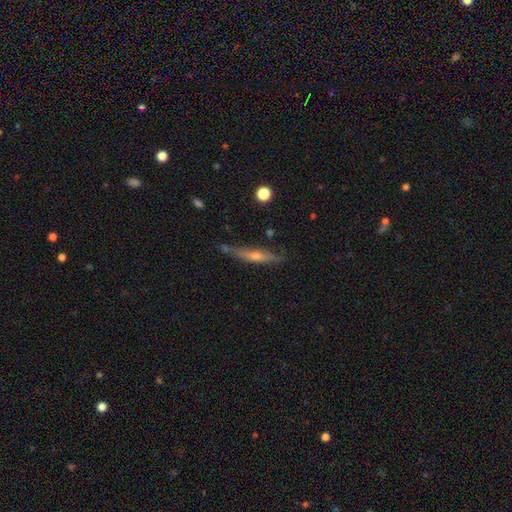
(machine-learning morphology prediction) Smooth or featured?
  - featured or disk: 60% *
  - smooth: 32%
  - star or artifact: 8%
Edge-on disk?
  - yes: 92% *
  - no: 8%
Edge-on bulge?
  - rounded: 78% *
  - none: 17%
  - boxy: 5%
Merging?
  - none: 74% *
  - minor disturbance: 17%
  - merger: 5%
  - major disturbance: 4%